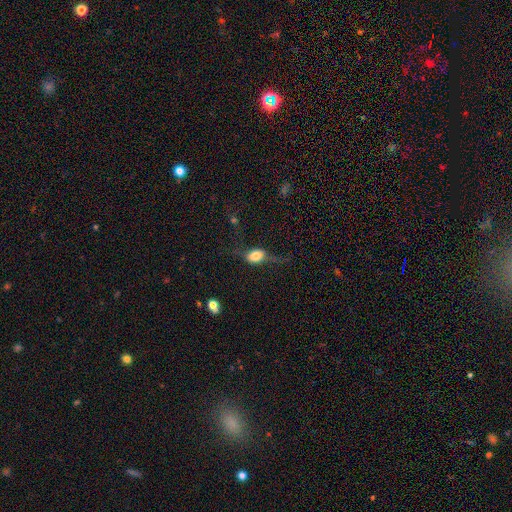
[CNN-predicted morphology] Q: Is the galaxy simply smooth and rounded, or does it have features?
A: smooth — 60%.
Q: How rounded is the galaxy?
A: in between — 68%.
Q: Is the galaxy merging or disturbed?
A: none — 49%.